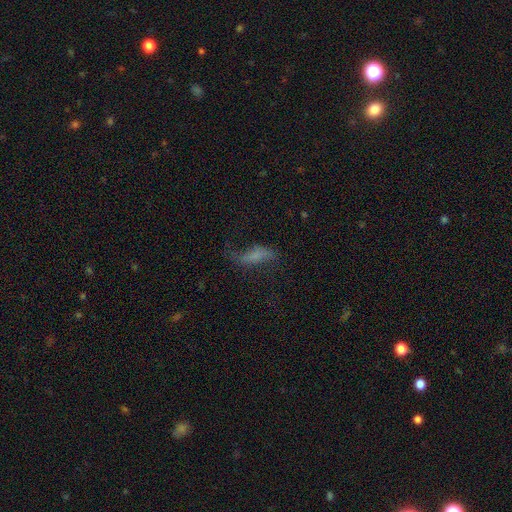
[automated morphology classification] type=featured or disk (45%); merging=none (49%).